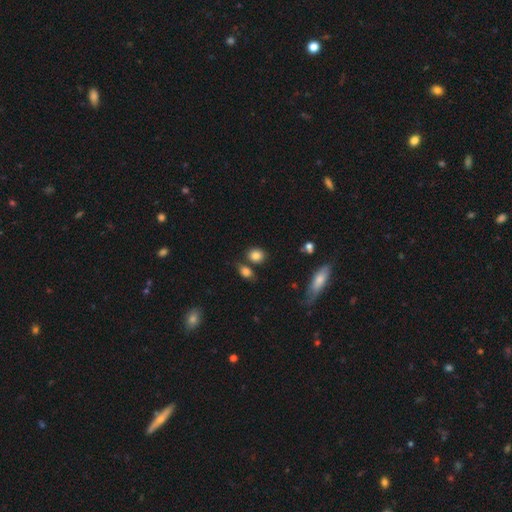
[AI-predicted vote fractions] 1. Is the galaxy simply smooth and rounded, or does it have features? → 83% smooth, 10% star or artifact, 7% featured or disk.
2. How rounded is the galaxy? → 62% round, 36% in between, 2% cigar-shaped.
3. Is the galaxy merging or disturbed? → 70% none, 14% merger, 12% minor disturbance, 4% major disturbance.